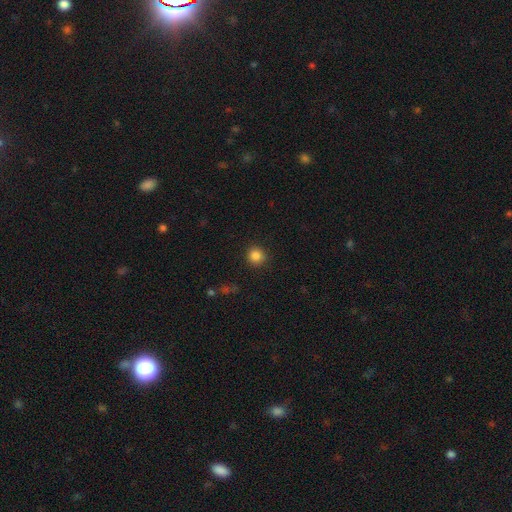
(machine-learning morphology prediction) Smooth or featured?
  - smooth: 85% *
  - star or artifact: 11%
  - featured or disk: 4%
How rounded?
  - round: 93% *
  - in between: 6%
  - cigar-shaped: 1%
Merging?
  - none: 91% *
  - minor disturbance: 6%
  - major disturbance: 2%
  - merger: 1%